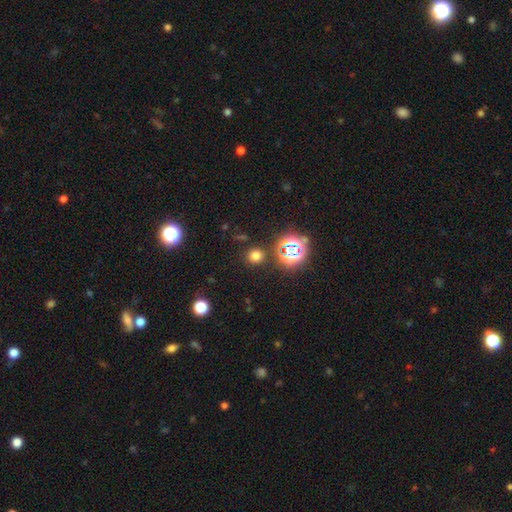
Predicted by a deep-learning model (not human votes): Smooth or featured: smooth — 66% (star or artifact — 28%)
How rounded: round — 89% (in between — 9%)
Merging: none — 86% (minor disturbance — 7%)